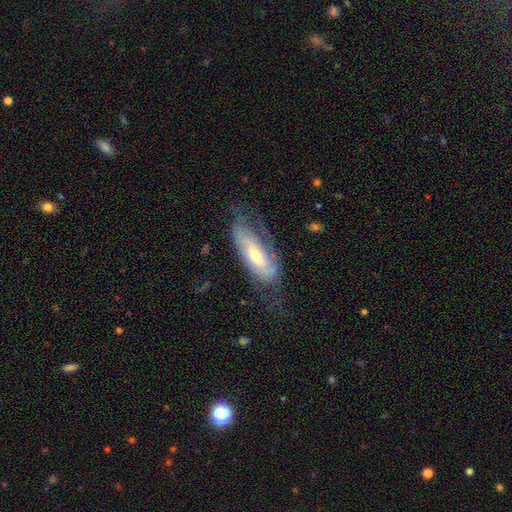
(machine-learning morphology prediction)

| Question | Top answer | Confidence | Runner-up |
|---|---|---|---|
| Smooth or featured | featured or disk | 66% | smooth (27%) |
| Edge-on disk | no | 84% | yes (16%) |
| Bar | no | 51% | weak (35%) |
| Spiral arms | yes | 79% | no (21%) |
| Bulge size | moderate | 56% | small (35%) |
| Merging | none | 54% | minor disturbance (26%) |